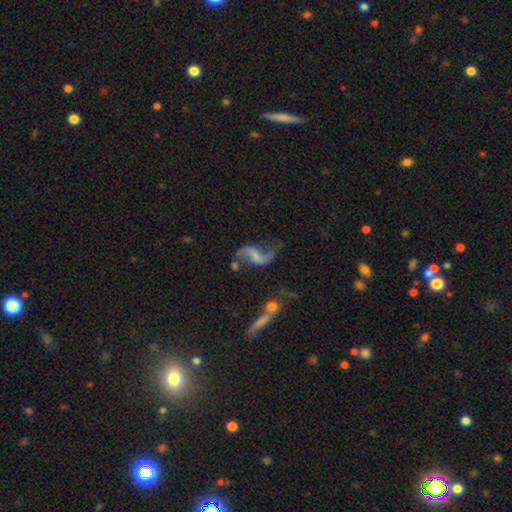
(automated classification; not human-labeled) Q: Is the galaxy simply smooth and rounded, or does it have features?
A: featured or disk — 82%.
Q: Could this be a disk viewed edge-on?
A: no — 97%.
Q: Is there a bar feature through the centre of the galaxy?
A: weak — 44%.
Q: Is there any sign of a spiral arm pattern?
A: yes — 93%.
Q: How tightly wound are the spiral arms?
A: loose — 88%.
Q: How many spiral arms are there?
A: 2 — 92%.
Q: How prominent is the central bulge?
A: none — 53%.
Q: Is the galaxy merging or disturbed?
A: none — 57%.